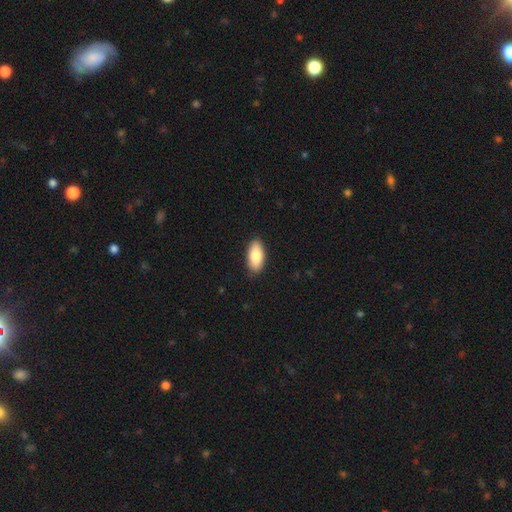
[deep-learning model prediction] Smooth or featured?
  - smooth: 82% *
  - featured or disk: 12%
  - star or artifact: 6%
How rounded?
  - in between: 91% *
  - cigar-shaped: 7%
  - round: 2%
Merging?
  - none: 88% *
  - minor disturbance: 10%
  - major disturbance: 2%
  - merger: 1%